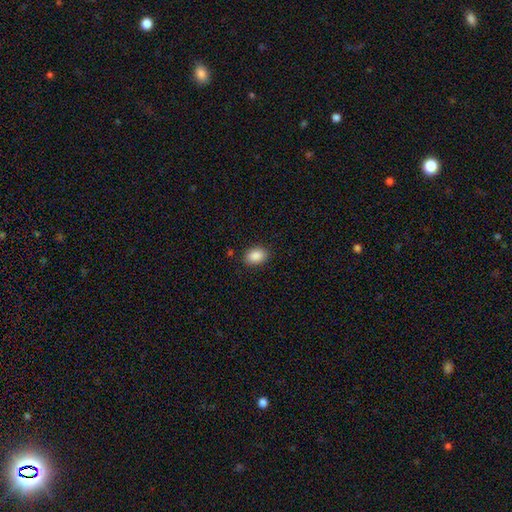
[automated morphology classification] Overall: smooth (89%). How rounded: in between (79%). Merging: none (87%).